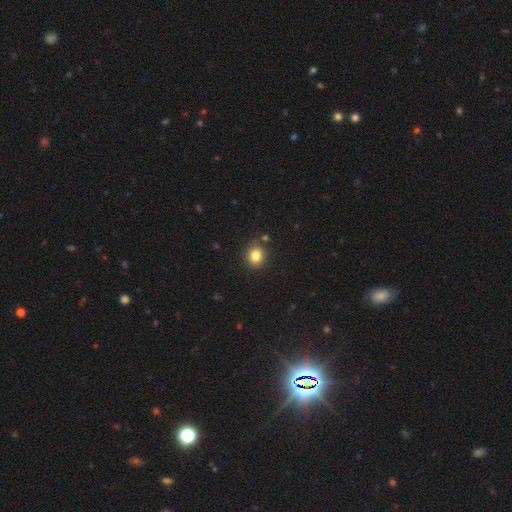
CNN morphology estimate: Smooth or featured?
  - smooth: 83% *
  - star or artifact: 11%
  - featured or disk: 5%
How rounded?
  - round: 77% *
  - in between: 22%
  - cigar-shaped: 1%
Merging?
  - none: 84% *
  - minor disturbance: 10%
  - merger: 4%
  - major disturbance: 2%